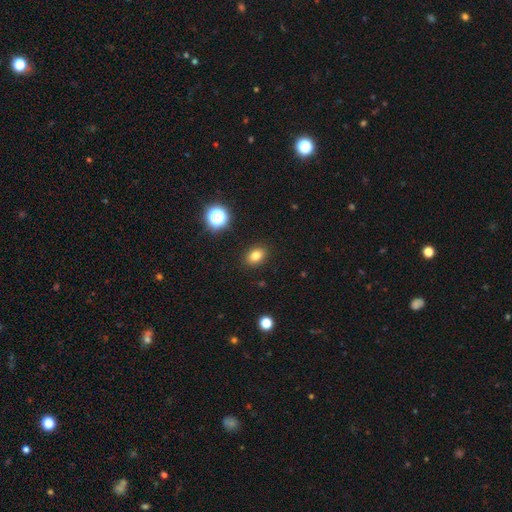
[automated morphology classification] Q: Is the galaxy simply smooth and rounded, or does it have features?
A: smooth — 81%.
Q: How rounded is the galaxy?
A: in between — 68%.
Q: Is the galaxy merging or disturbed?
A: none — 89%.